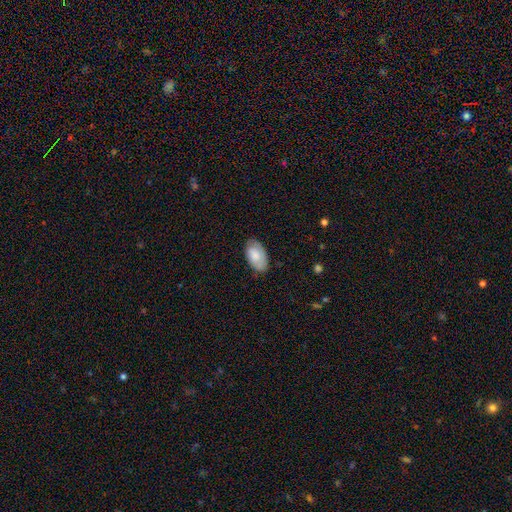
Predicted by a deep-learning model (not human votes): The model was most divided on "merging": none: 76%, minor disturbance: 19%, major disturbance: 4%, merger: 1%. More confident: how rounded — in between (95%); smooth or featured — smooth (77%).